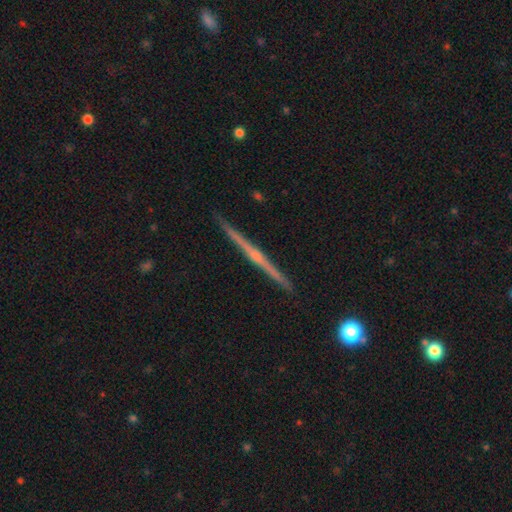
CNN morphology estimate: Smooth or featured: featured or disk — 79% (smooth — 15%)
Edge-on disk: yes — 98% (no — 2%)
Edge-on bulge: rounded — 55% (none — 39%)
Merging: none — 92% (minor disturbance — 5%)